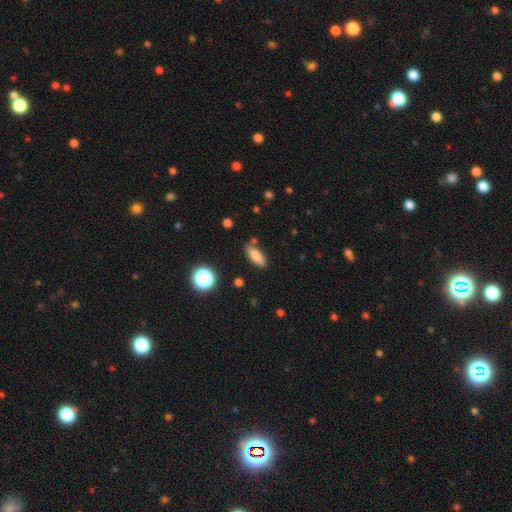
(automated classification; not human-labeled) This is clearly a smooth galaxy (82%). How rounded: likely in between (65%). Merging: clearly none (82%).